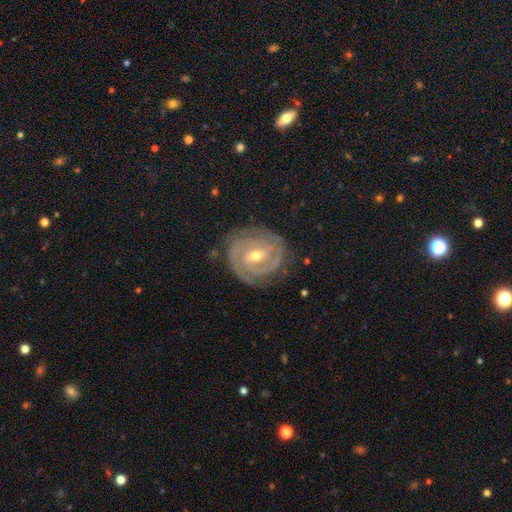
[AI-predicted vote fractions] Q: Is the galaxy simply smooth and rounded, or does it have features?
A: featured or disk — 90%.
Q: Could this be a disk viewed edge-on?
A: no — 97%.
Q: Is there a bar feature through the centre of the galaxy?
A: weak — 48%.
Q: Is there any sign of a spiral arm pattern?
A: yes — 98%.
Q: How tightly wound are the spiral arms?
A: tight — 81%.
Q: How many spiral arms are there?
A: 2 — 56%.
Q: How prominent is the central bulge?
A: moderate — 55%.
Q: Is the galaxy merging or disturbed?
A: none — 83%.